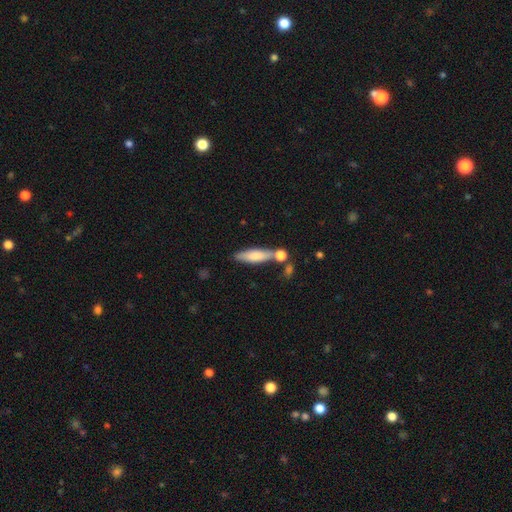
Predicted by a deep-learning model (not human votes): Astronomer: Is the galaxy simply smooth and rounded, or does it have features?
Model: smooth — 69%.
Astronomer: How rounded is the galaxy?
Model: cigar-shaped — 65%.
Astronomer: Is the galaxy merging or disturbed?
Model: none — 61%.